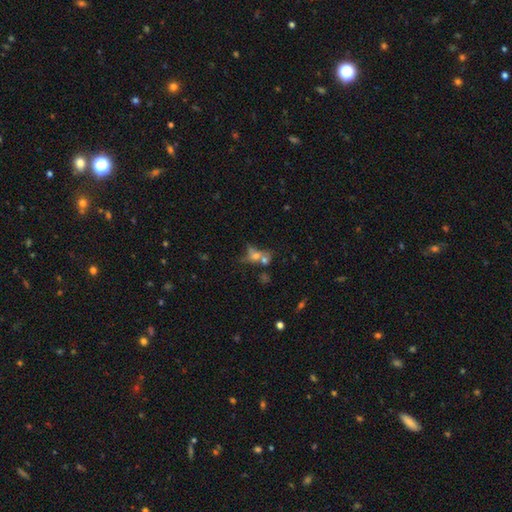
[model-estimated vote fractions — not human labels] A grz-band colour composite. It shows a smooth galaxy with no disk features (50%). Merging: merger (48%).